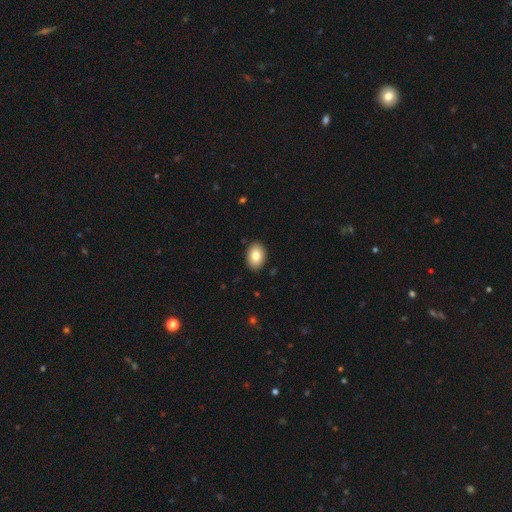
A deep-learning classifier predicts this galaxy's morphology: smooth 83%, featured or disk 9%, star or artifact 8%. Down the decision tree: how rounded — in between (81%); merging — none (90%).